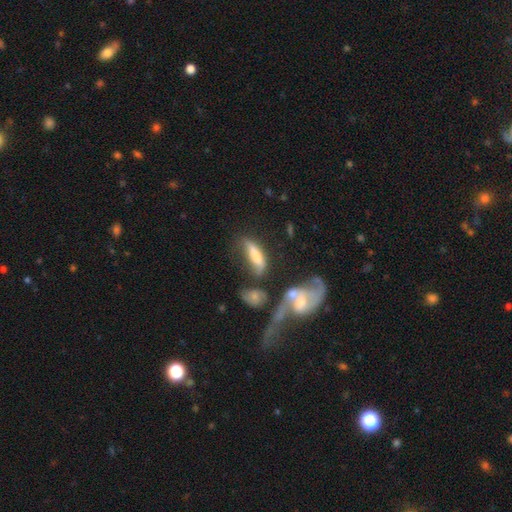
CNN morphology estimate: A smooth galaxy with no disk features (64%) that is cigar-shaped (58%).

Vote fractions:
- Smooth or featured? smooth: 64% / featured or disk: 27% / star or artifact: 9%
- How rounded? cigar-shaped: 58% / in between: 39% / round: 3%
- Merging? none: 37% / minor disturbance: 23% / major disturbance: 20% / merger: 19%